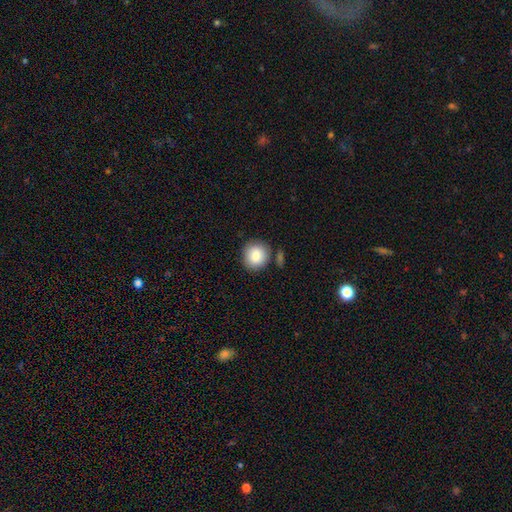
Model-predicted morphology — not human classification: This appears to be a smooth galaxy with no disk features (85%) that is round (89%). Merging: none (79%).